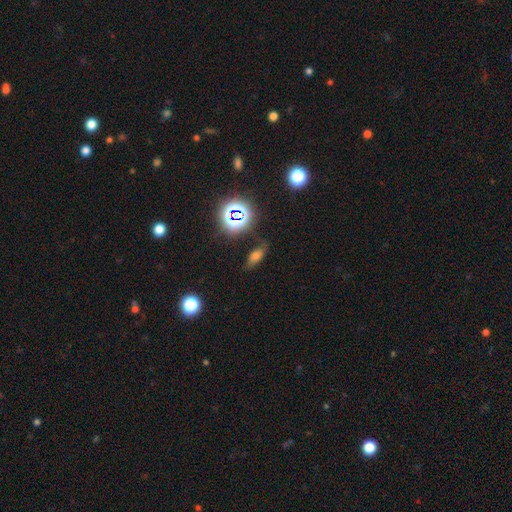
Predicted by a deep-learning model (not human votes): This is possibly a smooth galaxy (57%). How rounded: likely in between (71%). Merging: likely none (73%).